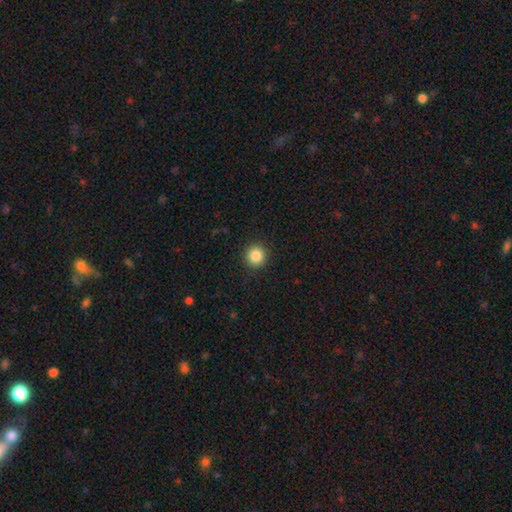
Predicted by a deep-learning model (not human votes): This is clearly a smooth galaxy (86%). How rounded: clearly round (94%). Merging: clearly none (92%).